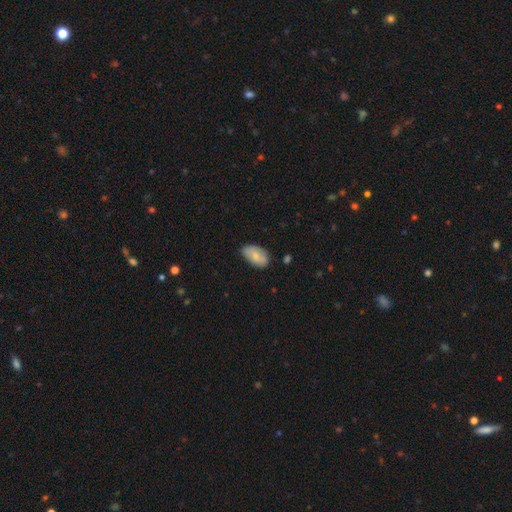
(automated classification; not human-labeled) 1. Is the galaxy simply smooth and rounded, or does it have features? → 76% smooth, 18% featured or disk, 6% star or artifact.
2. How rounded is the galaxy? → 94% in between, 5% round, 2% cigar-shaped.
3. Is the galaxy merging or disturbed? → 75% none, 20% minor disturbance, 3% major disturbance, 2% merger.